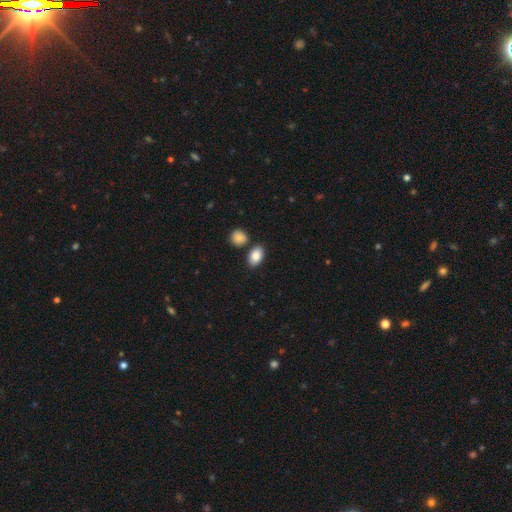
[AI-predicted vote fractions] smooth_or_featured: smooth (p=0.86) [alt: star or artifact p=0.07]
how_rounded: in between (p=0.90) [alt: round p=0.08]
merging: none (p=0.77) [alt: merger p=0.11]